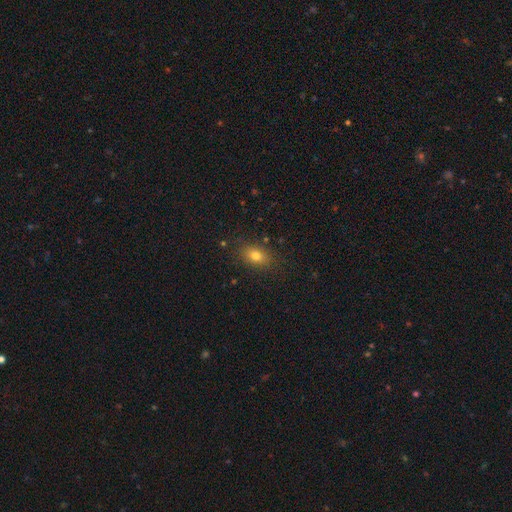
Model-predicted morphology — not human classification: Smooth or featured?
  - smooth: 78% *
  - star or artifact: 12%
  - featured or disk: 10%
How rounded?
  - in between: 77% *
  - round: 20%
  - cigar-shaped: 3%
Merging?
  - none: 83% *
  - minor disturbance: 12%
  - major disturbance: 3%
  - merger: 2%